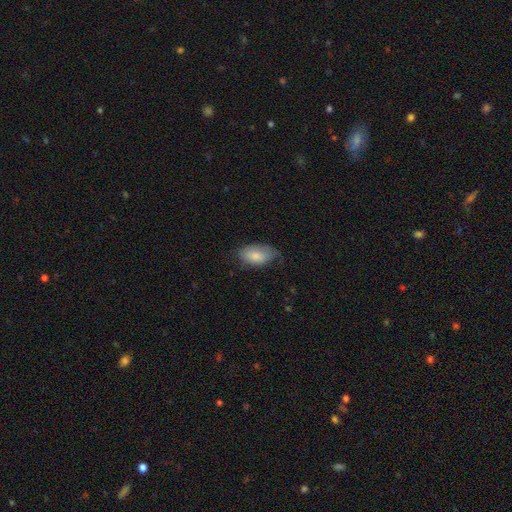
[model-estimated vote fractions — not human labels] A smooth galaxy with no disk features (80%) that is in between round and cigar-shaped (94%).

Vote fractions:
- Smooth or featured? smooth: 80% / featured or disk: 13% / star or artifact: 6%
- How rounded? in between: 94% / round: 4% / cigar-shaped: 2%
- Merging? none: 58% / minor disturbance: 32% / major disturbance: 8% / merger: 1%